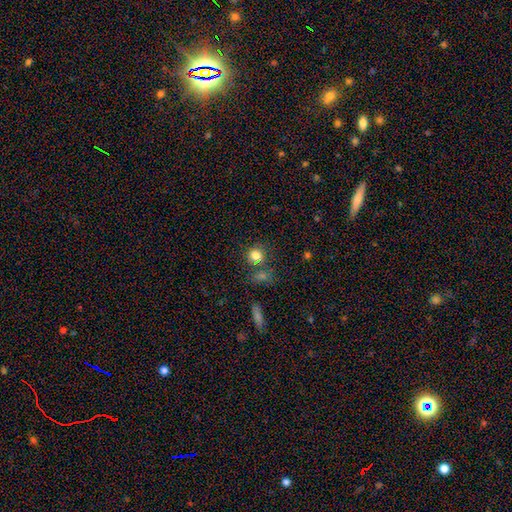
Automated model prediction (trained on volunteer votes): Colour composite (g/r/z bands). It shows a smooth galaxy with no disk features (78%) that is round (87%). Merging: none (68%).